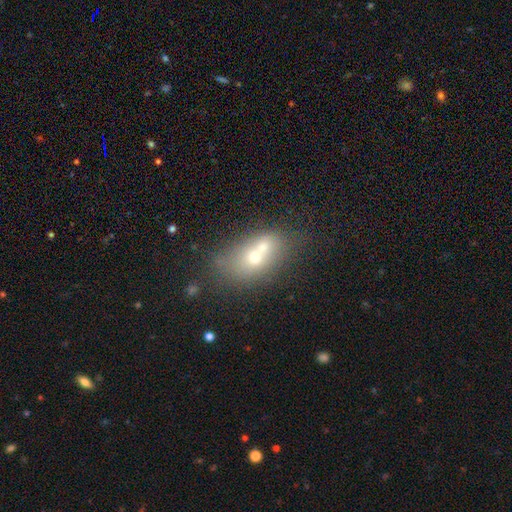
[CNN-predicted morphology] A smooth galaxy with no disk features (56%) that is in between round and cigar-shaped (67%). Merging: merger (66%).